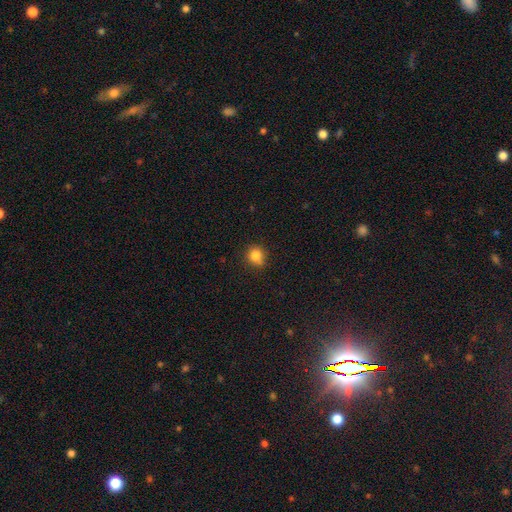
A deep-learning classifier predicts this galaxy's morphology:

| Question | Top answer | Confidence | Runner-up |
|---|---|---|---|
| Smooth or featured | smooth | 84% | star or artifact (11%) |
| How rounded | round | 83% | in between (16%) |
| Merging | none | 80% | minor disturbance (16%) |